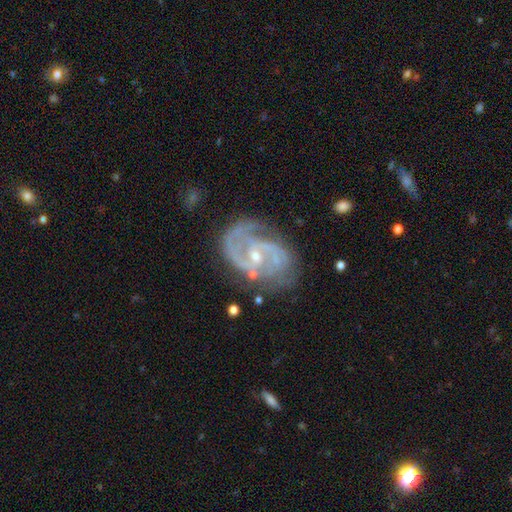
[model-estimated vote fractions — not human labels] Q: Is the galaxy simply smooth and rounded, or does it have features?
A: featured or disk — 90%.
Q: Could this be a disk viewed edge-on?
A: no — 98%.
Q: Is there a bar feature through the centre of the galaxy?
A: weak — 45%.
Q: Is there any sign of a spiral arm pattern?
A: yes — 97%.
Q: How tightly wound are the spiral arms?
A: medium — 52%.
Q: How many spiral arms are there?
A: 2 — 76%.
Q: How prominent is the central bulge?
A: small — 60%.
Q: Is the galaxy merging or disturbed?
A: none — 62%.